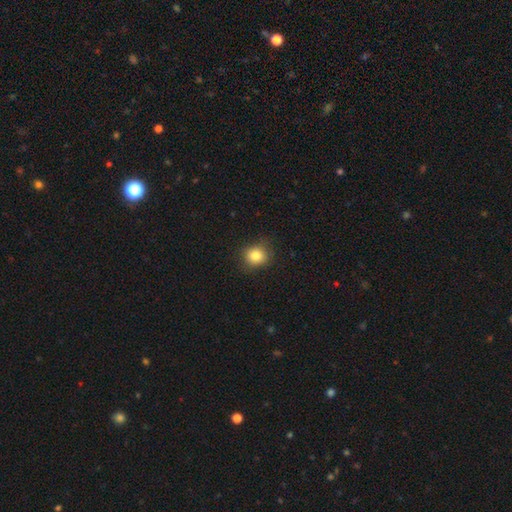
This is clearly a smooth galaxy (92%). How rounded: clearly round (89%). Merging: likely none (76%).